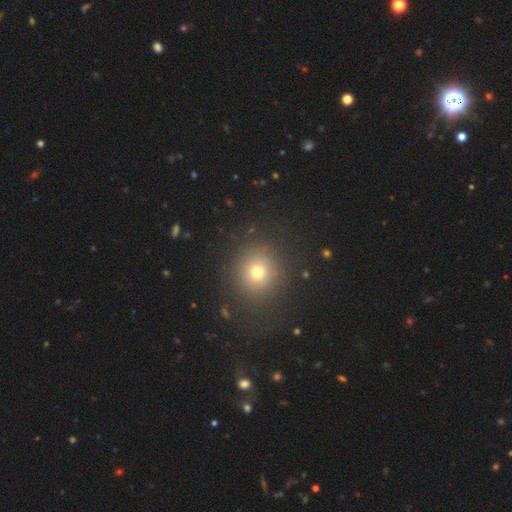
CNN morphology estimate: smooth-or-featured: smooth: 63% | star or artifact: 29% | featured or disk: 8%
  how-rounded: round: 82% | in between: 17% | cigar-shaped: 1%
  merging: none: 89% | minor disturbance: 6% | major disturbance: 3% | merger: 1%